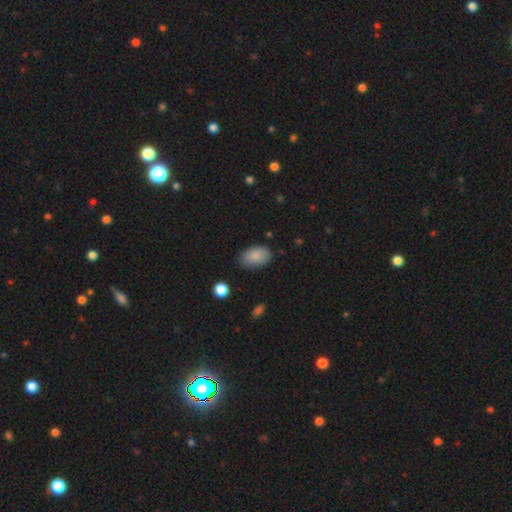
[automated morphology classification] smooth_or_featured: smooth (p=0.88) [alt: star or artifact p=0.07]
how_rounded: in between (p=0.92) [alt: round p=0.07]
merging: none (p=0.77) [alt: minor disturbance p=0.17]